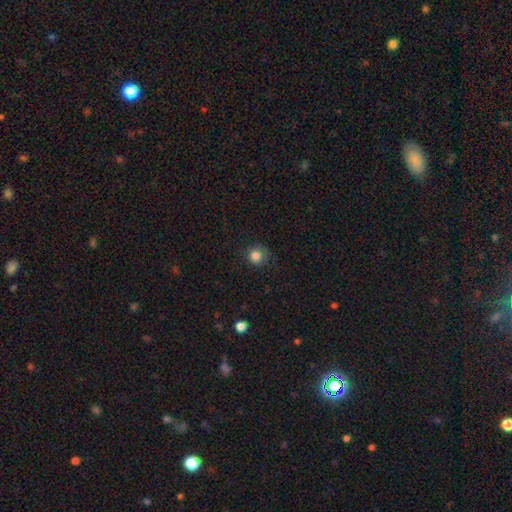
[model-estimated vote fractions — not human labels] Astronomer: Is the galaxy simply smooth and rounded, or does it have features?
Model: smooth — 83%.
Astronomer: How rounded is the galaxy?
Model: round — 91%.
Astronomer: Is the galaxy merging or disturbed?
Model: none — 77%.